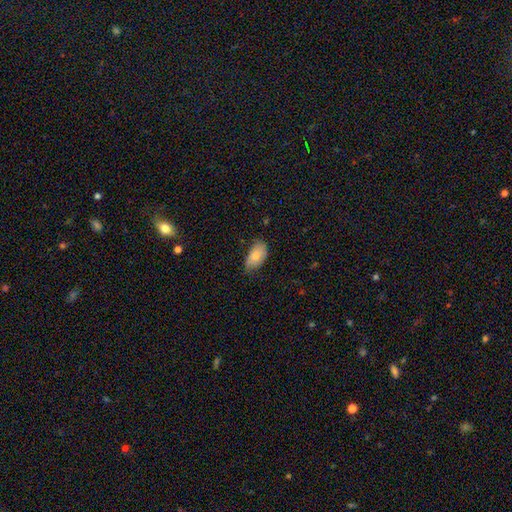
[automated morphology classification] smooth-or-featured: smooth: 78% | featured or disk: 15% | star or artifact: 7%
  how-rounded: in between: 93% | round: 5% | cigar-shaped: 2%
  merging: none: 56% | minor disturbance: 36% | major disturbance: 6% | merger: 1%